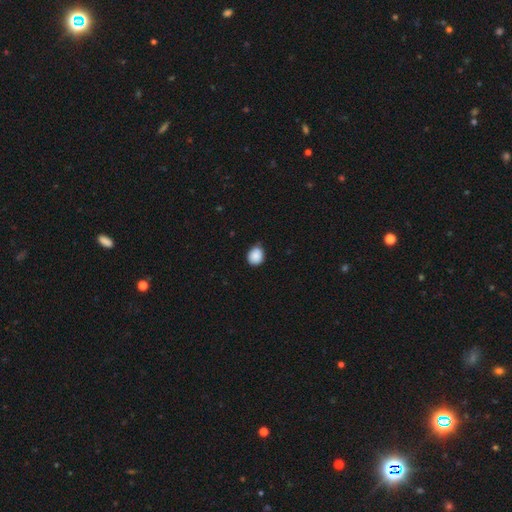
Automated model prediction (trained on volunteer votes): smooth 89%, star or artifact 8%, featured or disk 3%. Down the decision tree: how rounded — round (66%); merging — none (73%).